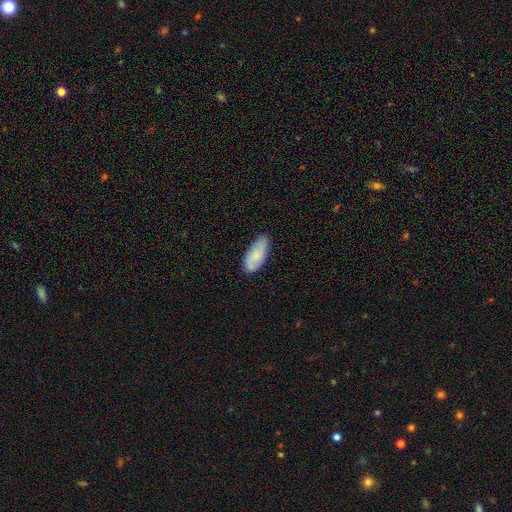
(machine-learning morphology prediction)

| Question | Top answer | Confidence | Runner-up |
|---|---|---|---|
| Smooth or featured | smooth | 76% | featured or disk (18%) |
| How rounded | in between | 87% | cigar-shaped (11%) |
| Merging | none | 76% | minor disturbance (20%) |